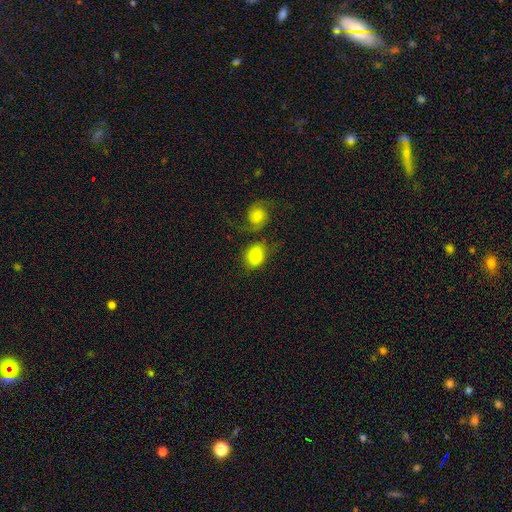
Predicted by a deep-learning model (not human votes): This is likely a smooth galaxy (79%). How rounded: possibly round (51%). Merging: marginally none (45%).